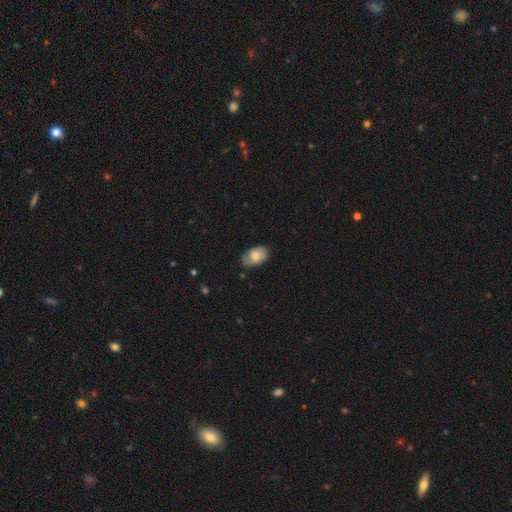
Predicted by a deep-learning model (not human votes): Smooth or featured: smooth — 67% (featured or disk — 26%)
How rounded: in between — 91% (round — 8%)
Merging: none — 74% (minor disturbance — 21%)